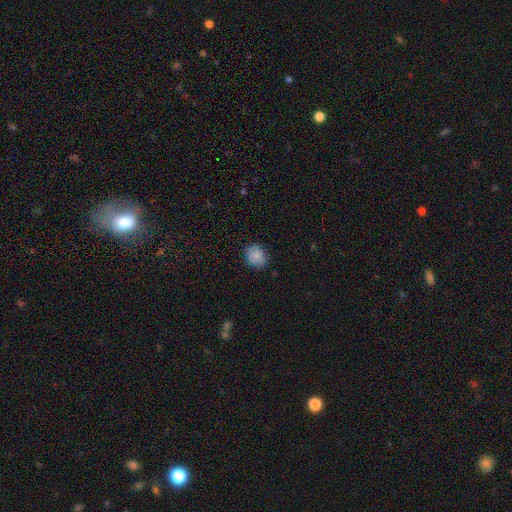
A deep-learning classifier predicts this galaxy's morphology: smooth_or_featured: smooth (p=0.85) [alt: star or artifact p=0.09]
how_rounded: round (p=0.56) [alt: in between p=0.43]
merging: none (p=0.83) [alt: minor disturbance p=0.13]